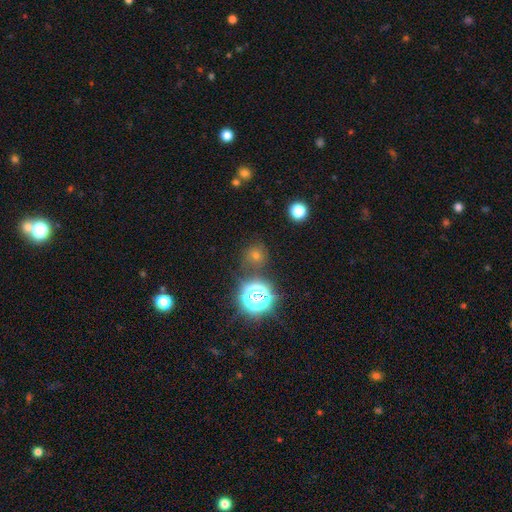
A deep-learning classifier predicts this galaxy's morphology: Smooth or featured?
  - smooth: 48% *
  - star or artifact: 44%
  - featured or disk: 9%
Merging?
  - none: 83% *
  - minor disturbance: 9%
  - merger: 4%
  - major disturbance: 4%